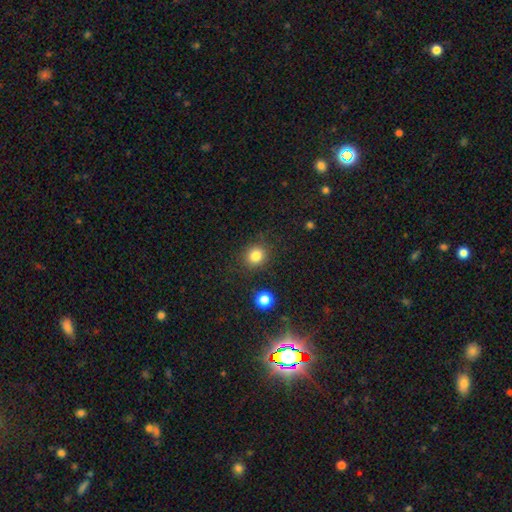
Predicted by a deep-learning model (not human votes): Q: Smooth or featured?
A: smooth (83%); runner-up: star or artifact (12%)
Q: How rounded?
A: round (85%); runner-up: in between (15%)
Q: Merging?
A: none (86%); runner-up: minor disturbance (8%)